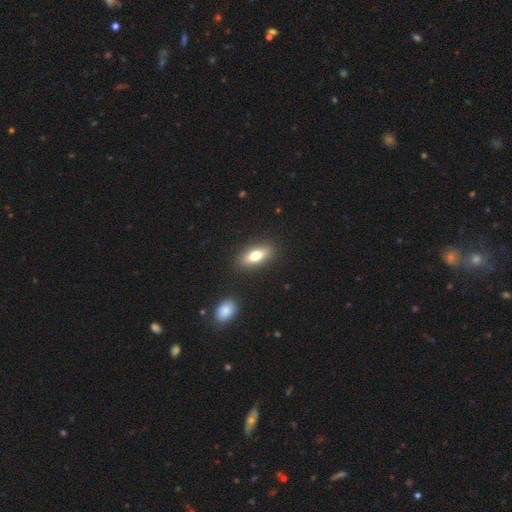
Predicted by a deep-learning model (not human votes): Morphology: type=smooth (73%); roundness=in between (76%); merging=none (87%).